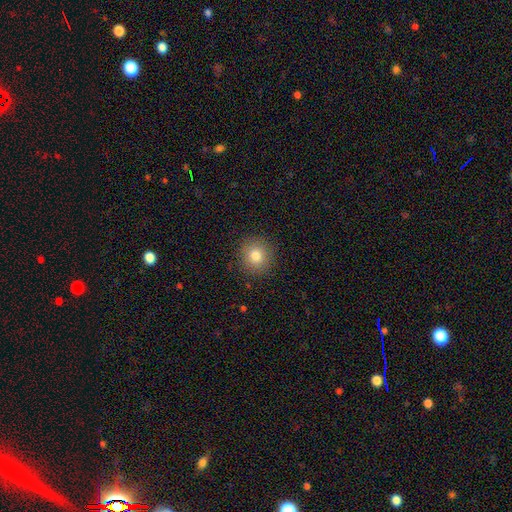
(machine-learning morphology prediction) This appears to be a smooth galaxy with no disk features (80%) that is round (91%). Merging: none (90%).